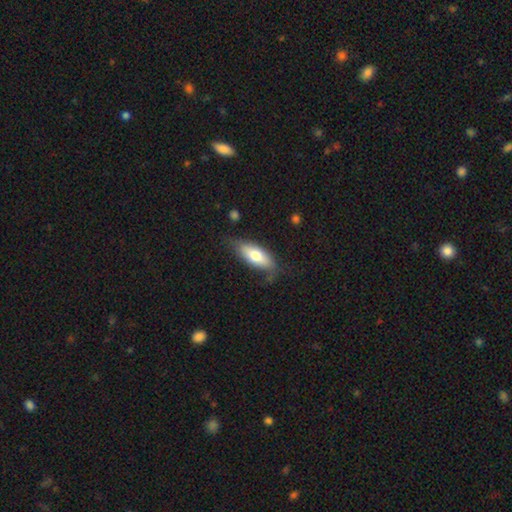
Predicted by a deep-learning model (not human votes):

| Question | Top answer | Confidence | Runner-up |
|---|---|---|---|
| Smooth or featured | smooth | 69% | featured or disk (25%) |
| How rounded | in between | 77% | cigar-shaped (21%) |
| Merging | none | 64% | minor disturbance (26%) |